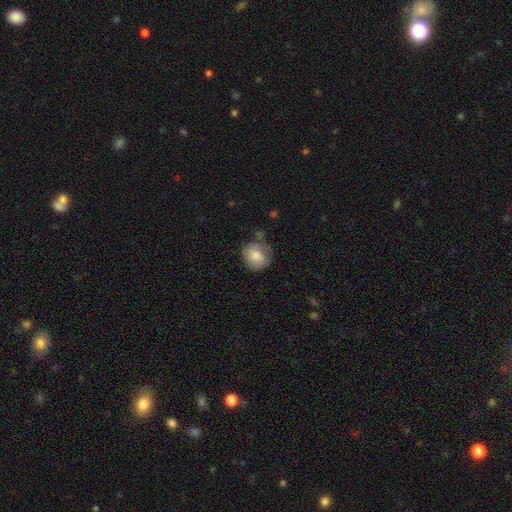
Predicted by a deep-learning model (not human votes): Smooth or featured? Predicted: smooth (p=0.68). How rounded? Predicted: round (p=0.73). Merging? Predicted: none (p=0.57).